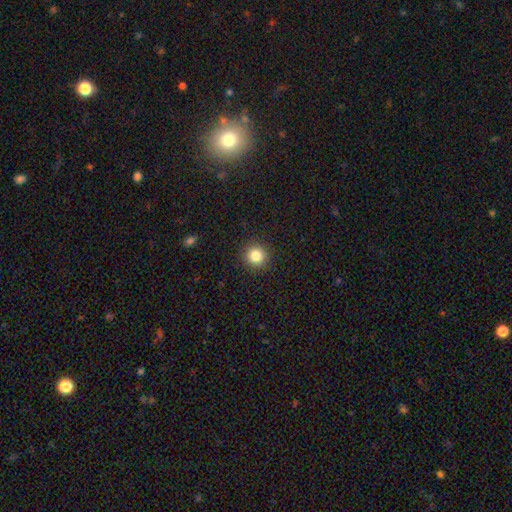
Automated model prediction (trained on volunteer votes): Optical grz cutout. It shows a smooth galaxy with no disk features (84%) that is round (94%). Merging: none (92%).